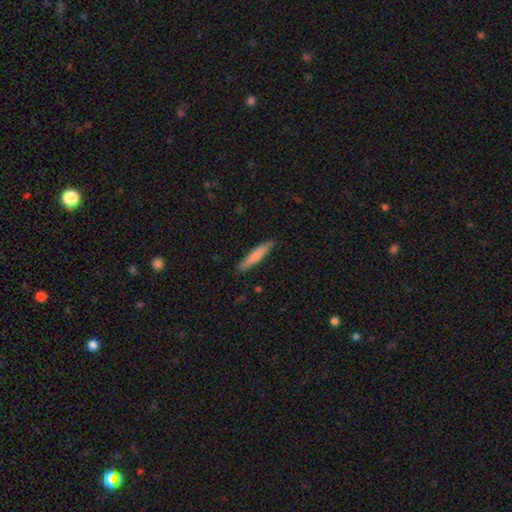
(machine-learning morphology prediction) This appears to be a smooth galaxy with no disk features (76%) that is cigar-shaped (92%). Merging: none (89%).